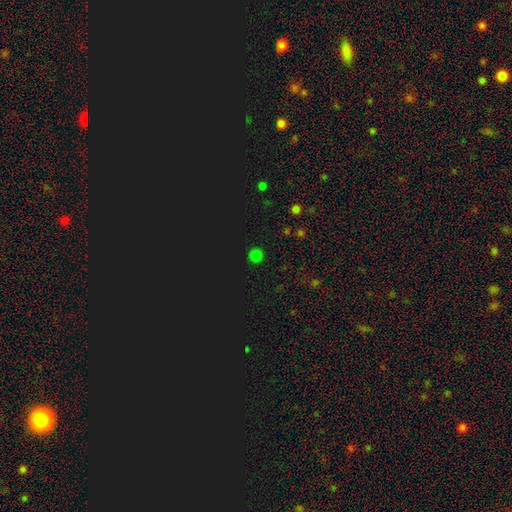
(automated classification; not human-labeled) Morphology: type=smooth (69%); roundness=round (94%); merging=none (91%).